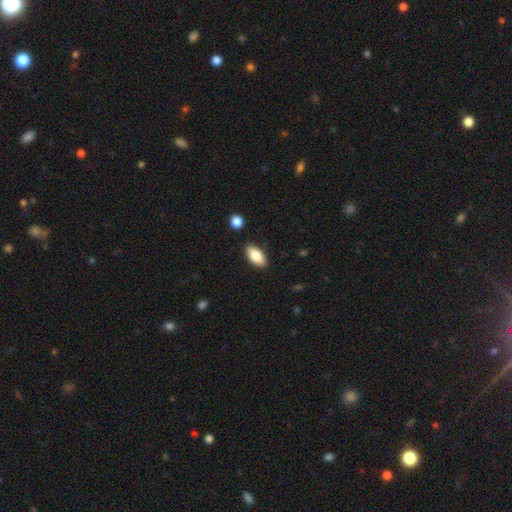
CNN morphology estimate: The model was most divided on "smooth or featured": smooth: 82%, featured or disk: 12%, star or artifact: 7%. More confident: how rounded — in between (90%); merging — none (88%).